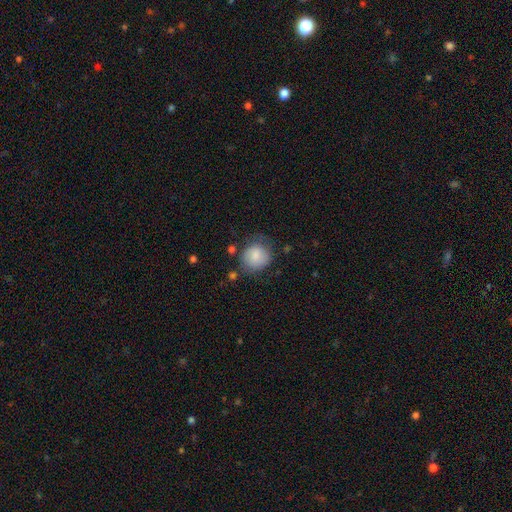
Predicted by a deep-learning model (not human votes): smooth_or_featured: smooth (p=0.82) [alt: featured or disk p=0.11]
how_rounded: round (p=0.76) [alt: in between p=0.23]
merging: none (p=0.64) [alt: minor disturbance p=0.24]